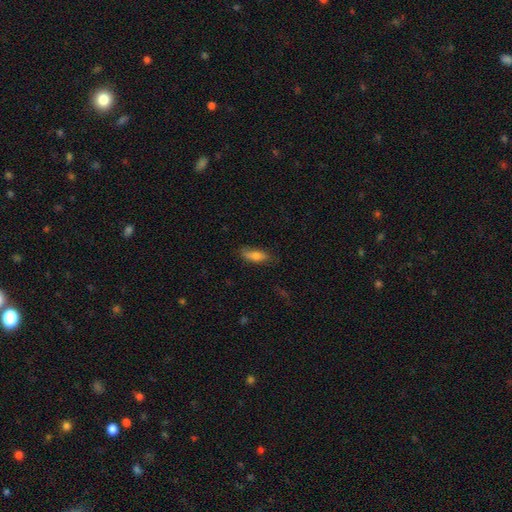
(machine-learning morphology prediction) A smooth galaxy with no disk features (71%) that is in between round and cigar-shaped (57%). Merging: none (75%).